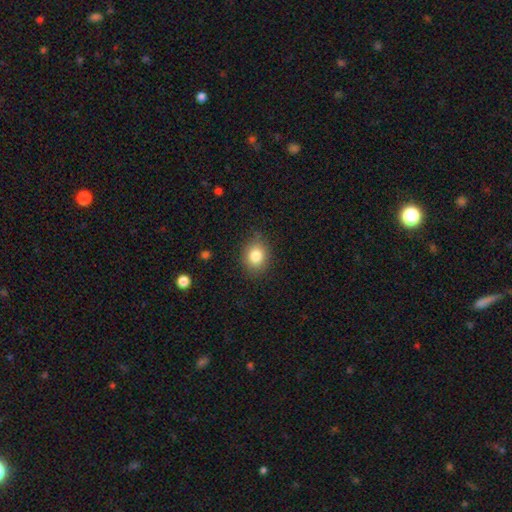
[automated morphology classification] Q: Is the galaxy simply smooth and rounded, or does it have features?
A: smooth — 83%.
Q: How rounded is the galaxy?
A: round — 57%.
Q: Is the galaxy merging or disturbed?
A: none — 83%.